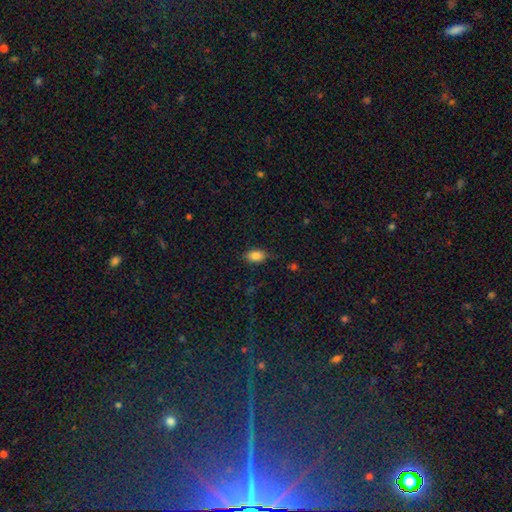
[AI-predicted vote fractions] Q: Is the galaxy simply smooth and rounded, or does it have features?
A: smooth — 84%.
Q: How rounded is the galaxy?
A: in between — 87%.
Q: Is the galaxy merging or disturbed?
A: none — 78%.